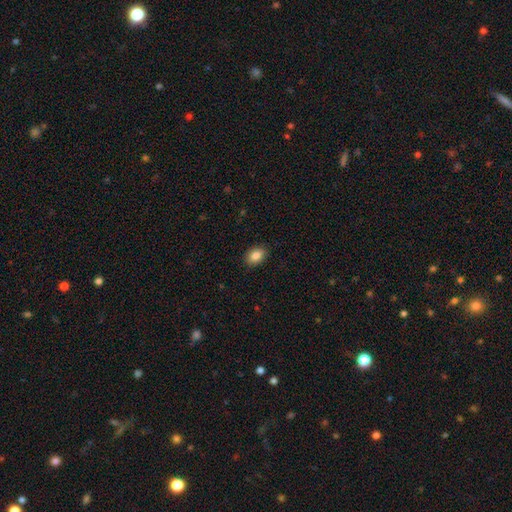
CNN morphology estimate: Smooth or featured?
  - smooth: 86% *
  - star or artifact: 8%
  - featured or disk: 5%
How rounded?
  - in between: 78% *
  - round: 21%
  - cigar-shaped: 1%
Merging?
  - none: 89% *
  - minor disturbance: 8%
  - major disturbance: 2%
  - merger: 1%